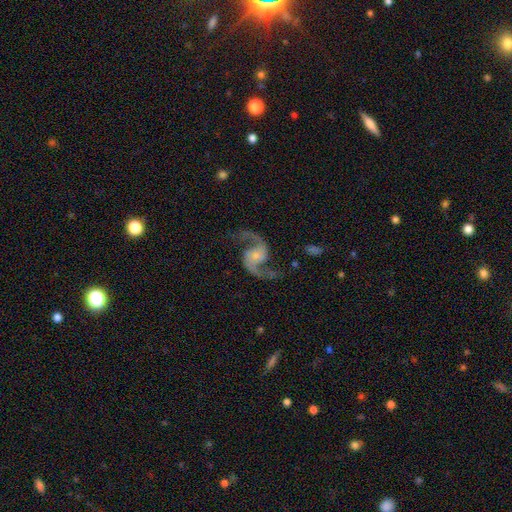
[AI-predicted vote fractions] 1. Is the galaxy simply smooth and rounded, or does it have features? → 92% featured or disk, 4% star or artifact, 3% smooth.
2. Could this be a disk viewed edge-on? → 98% no, 2% yes.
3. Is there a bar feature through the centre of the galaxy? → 62% no, 27% weak, 11% strong.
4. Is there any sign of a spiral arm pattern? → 98% yes, 2% no.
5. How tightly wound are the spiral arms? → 68% loose, 28% medium, 4% tight.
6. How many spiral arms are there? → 95% 2, 1% 1, 1% can't tell, 1% 3, 1% 4, 1% more than 4.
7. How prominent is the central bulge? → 59% small, 28% moderate, 6% none, 5% large, 2% dominant.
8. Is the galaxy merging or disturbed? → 78% none, 12% minor disturbance, 8% major disturbance, 2% merger.